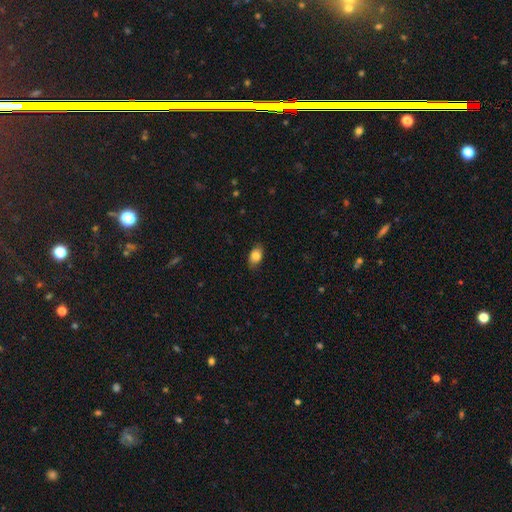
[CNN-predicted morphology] Smooth or featured: smooth — 83% (featured or disk — 9%)
How rounded: in between — 87% (round — 11%)
Merging: none — 82% (minor disturbance — 15%)